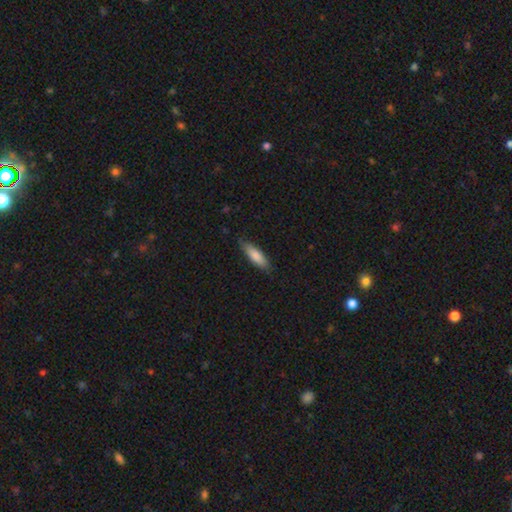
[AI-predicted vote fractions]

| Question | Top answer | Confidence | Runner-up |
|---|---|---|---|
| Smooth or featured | smooth | 82% | featured or disk (13%) |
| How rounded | cigar-shaped | 53% | in between (46%) |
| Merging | none | 79% | minor disturbance (18%) |